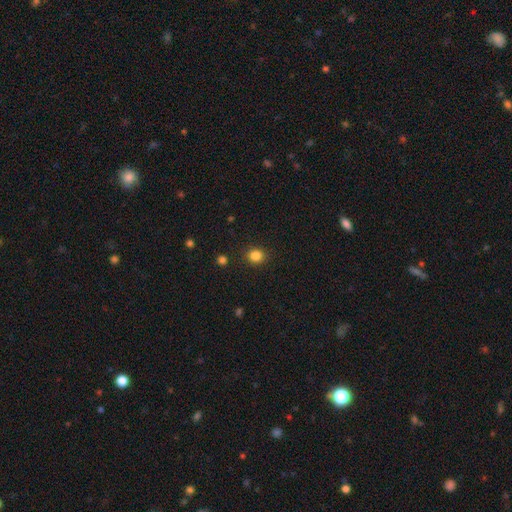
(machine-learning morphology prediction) smooth-or-featured: smooth: 84% | star or artifact: 12% | featured or disk: 4%
  how-rounded: round: 80% | in between: 19% | cigar-shaped: 1%
  merging: none: 89% | minor disturbance: 7% | major disturbance: 2% | merger: 2%